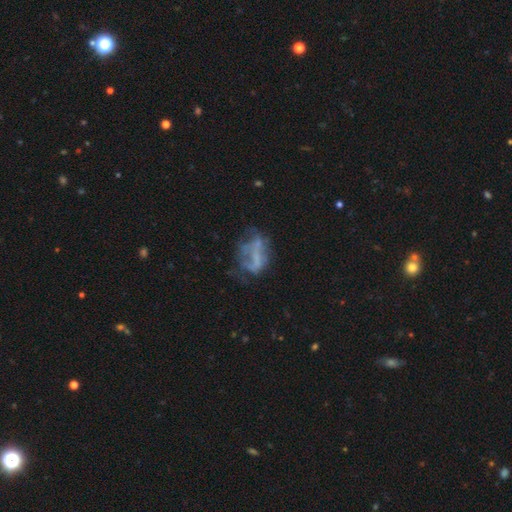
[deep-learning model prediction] Overall: featured or disk (53%; smooth 31%). Edge-on disk: no (96%). Bar: no (68%). Spiral arms: no (82%). Bulge size: none (73%). Merging: none (38%; major disturbance 33%).